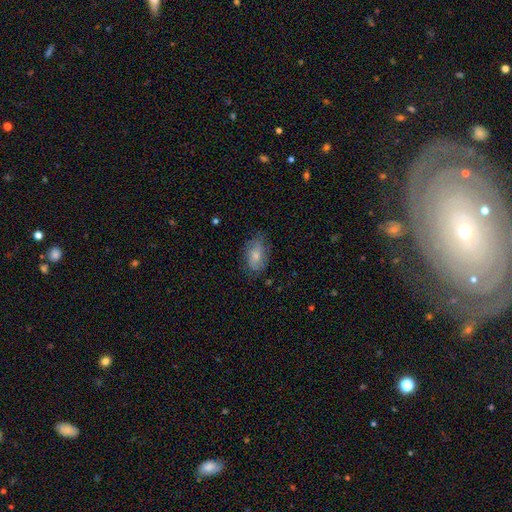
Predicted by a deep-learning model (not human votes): smooth 64%, featured or disk 29%, star or artifact 7%. Down the decision tree: how rounded — in between (89%); merging — none (66%).